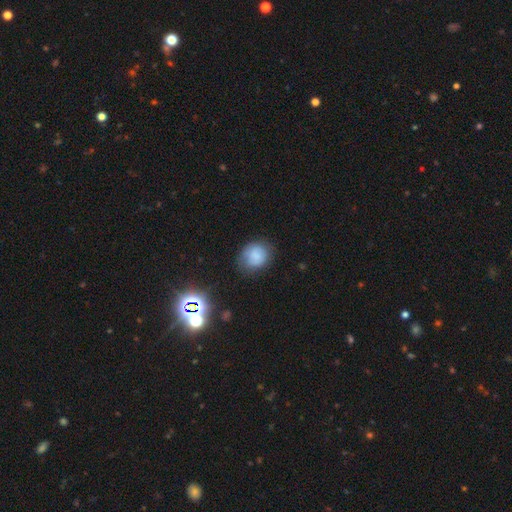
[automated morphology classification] smooth_or_featured: smooth (p=0.76) [alt: featured or disk p=0.13]
how_rounded: round (p=0.66) [alt: in between p=0.33]
merging: none (p=0.68) [alt: minor disturbance p=0.23]